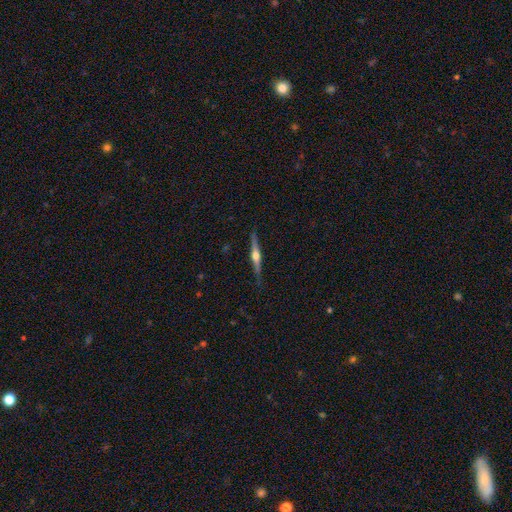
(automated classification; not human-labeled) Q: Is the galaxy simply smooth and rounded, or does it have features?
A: featured or disk — 78%.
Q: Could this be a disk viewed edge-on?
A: yes — 98%.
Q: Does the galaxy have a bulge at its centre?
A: rounded — 94%.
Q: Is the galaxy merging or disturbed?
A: none — 88%.